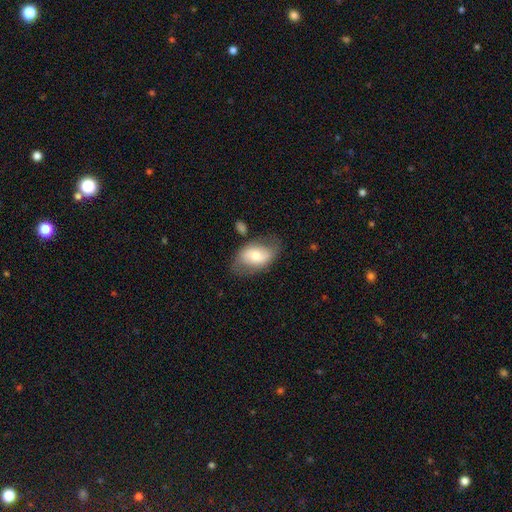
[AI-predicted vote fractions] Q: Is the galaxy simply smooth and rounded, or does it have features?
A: smooth — 64%.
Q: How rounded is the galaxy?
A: in between — 90%.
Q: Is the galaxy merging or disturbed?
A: none — 61%.